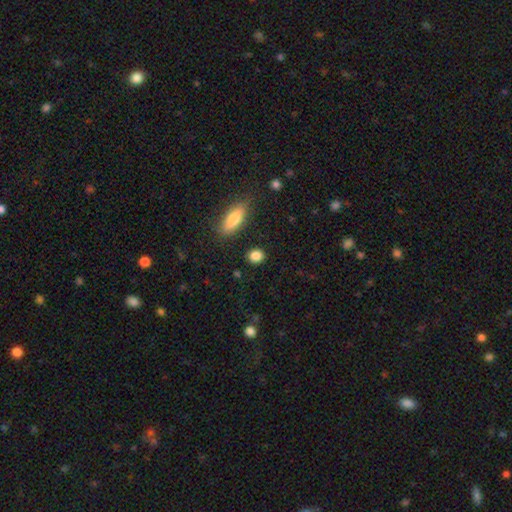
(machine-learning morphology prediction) Q: Smooth or featured?
A: smooth (86%); runner-up: star or artifact (9%)
Q: How rounded?
A: round (63%); runner-up: in between (34%)
Q: Merging?
A: none (88%); runner-up: minor disturbance (7%)